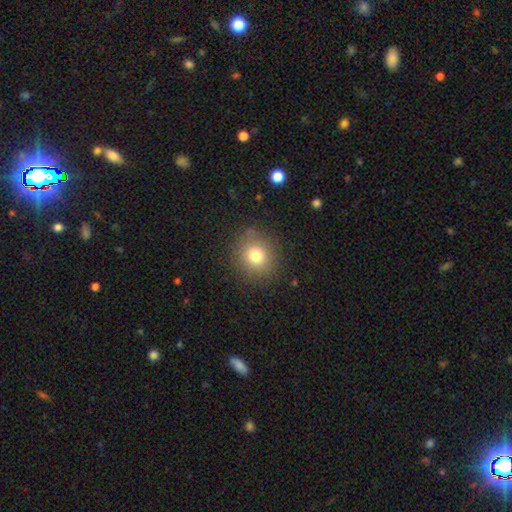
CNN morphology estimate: A smooth galaxy with no disk features (78%) that is round (85%). Merging: none (86%).